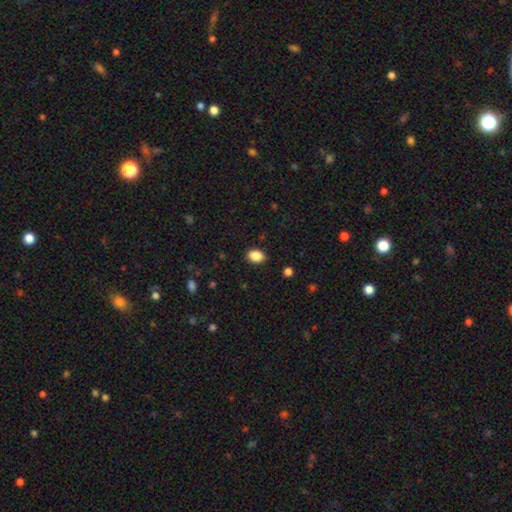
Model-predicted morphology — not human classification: type=smooth (88%); roundness=in between (72%); merging=none (87%).